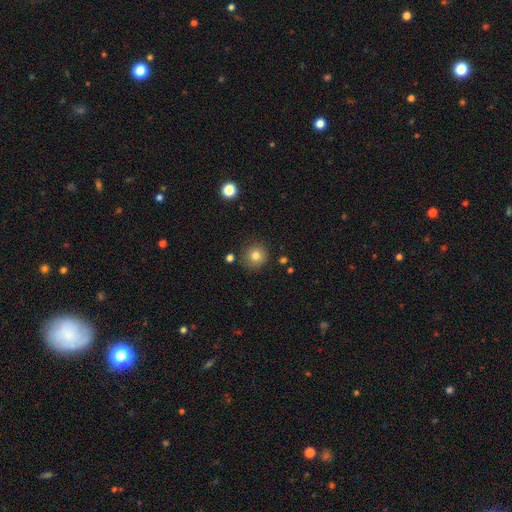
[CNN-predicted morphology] smooth_or_featured: smooth (p=0.81) [alt: star or artifact p=0.12]
how_rounded: round (p=0.93) [alt: in between p=0.06]
merging: none (p=0.86) [alt: minor disturbance p=0.08]